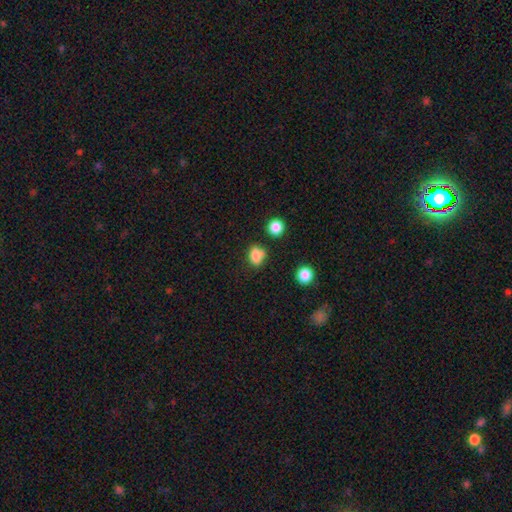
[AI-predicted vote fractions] Smooth or featured? Predicted: smooth (p=0.81). How rounded? Predicted: in between (p=0.60). Merging? Predicted: none (p=0.60).